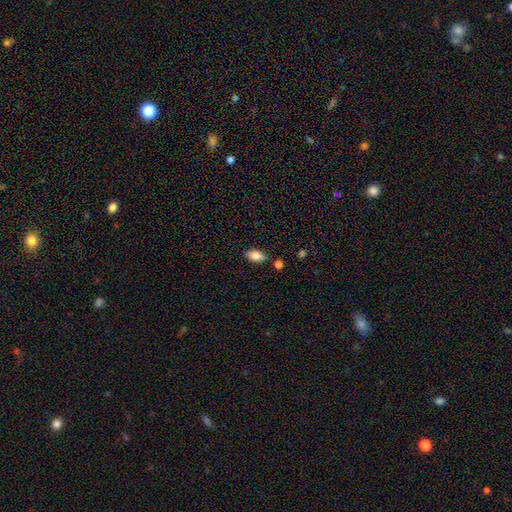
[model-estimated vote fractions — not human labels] Smooth or featured: smooth — 83% (featured or disk — 9%)
How rounded: in between — 91% (cigar-shaped — 5%)
Merging: none — 83% (minor disturbance — 10%)